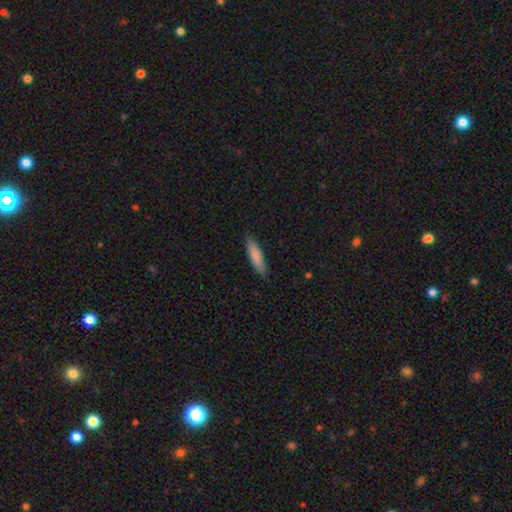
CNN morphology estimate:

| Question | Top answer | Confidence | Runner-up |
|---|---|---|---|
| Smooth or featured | smooth | 83% | featured or disk (12%) |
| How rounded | cigar-shaped | 74% | in between (25%) |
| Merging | none | 85% | minor disturbance (12%) |